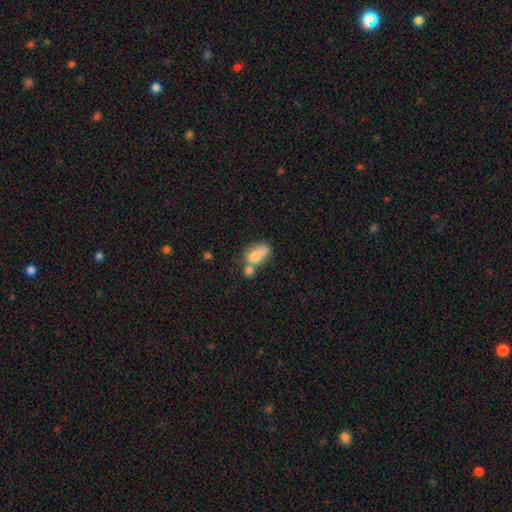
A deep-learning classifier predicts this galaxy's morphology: smooth 72%, featured or disk 19%, star or artifact 9%. Down the decision tree: how rounded — in between (83%); merging — merger (53%).